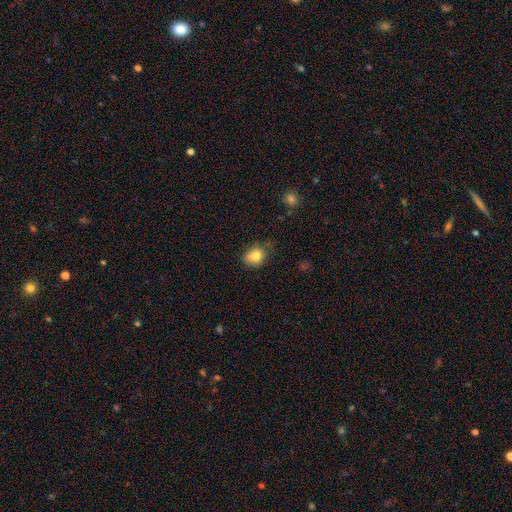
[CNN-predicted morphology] Q: Smooth or featured?
A: smooth (81%); runner-up: star or artifact (10%)
Q: How rounded?
A: round (50%); runner-up: in between (49%)
Q: Merging?
A: none (60%); runner-up: minor disturbance (30%)